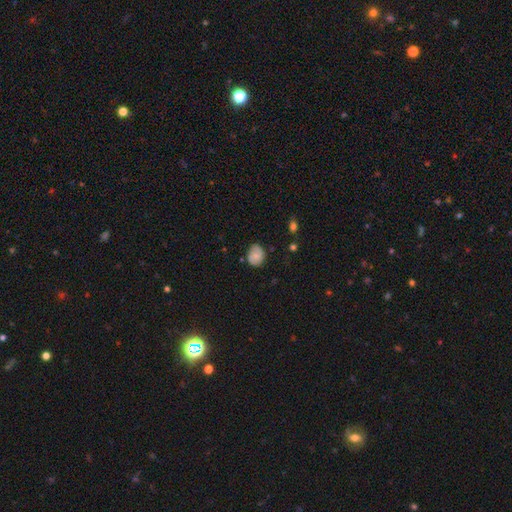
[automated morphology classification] smooth-or-featured: smooth: 63% | featured or disk: 29% | star or artifact: 8%
  how-rounded: round: 54% | in between: 45% | cigar-shaped: 1%
  merging: none: 67% | minor disturbance: 27% | major disturbance: 5% | merger: 2%